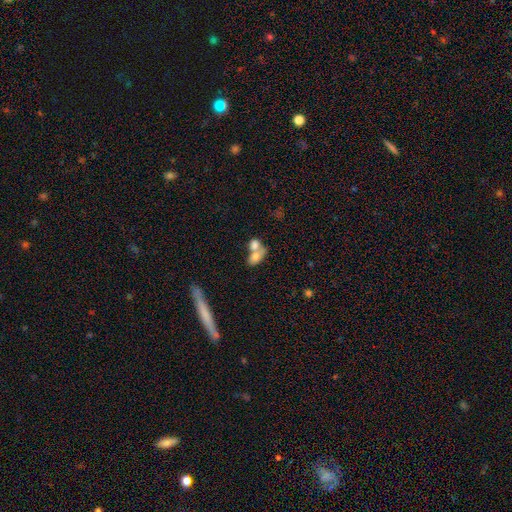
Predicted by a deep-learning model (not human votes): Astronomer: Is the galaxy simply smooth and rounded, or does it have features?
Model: smooth — 71%.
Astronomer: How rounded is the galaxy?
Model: in between — 74%.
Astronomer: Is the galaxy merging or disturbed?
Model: merger — 64%.